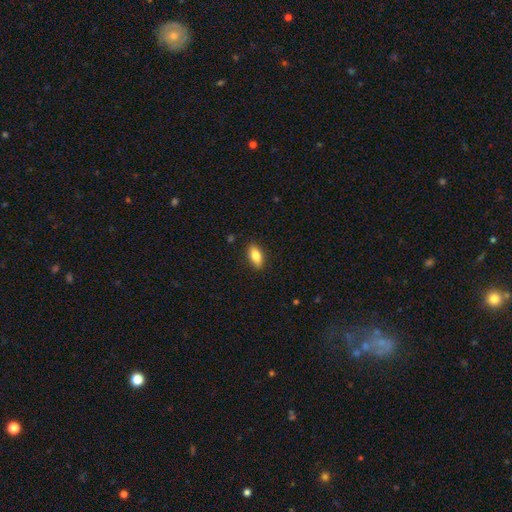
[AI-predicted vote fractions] The model was most divided on "smooth or featured": smooth: 81%, featured or disk: 12%, star or artifact: 7%. More confident: merging — none (88%); how rounded — in between (85%).